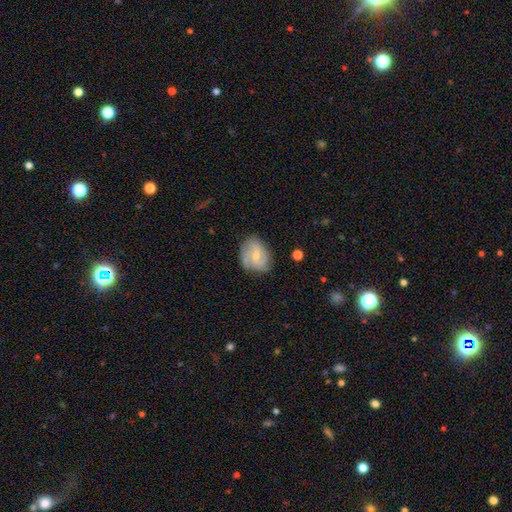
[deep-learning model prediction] This is likely a featured or disk galaxy (69%). It is clearly not viewed edge-on (98%). Bar: possibly no (49%). Spiral arm pattern: clearly yes (92%). Spiral arm count: marginally 2 (34%). Spiral winding: marginally medium (44%). Central bulge: likely small (62%). Merging: likely none (73%).